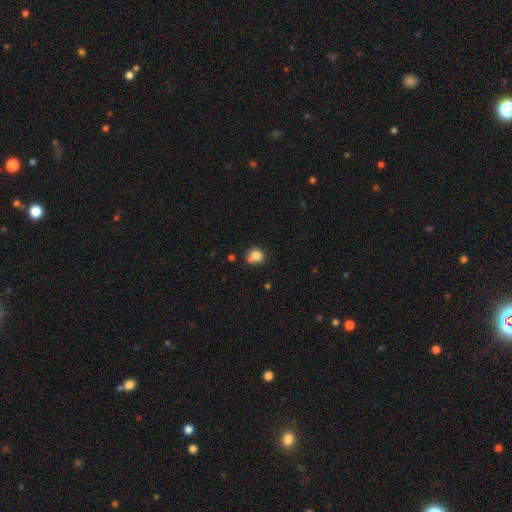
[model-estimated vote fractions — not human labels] A smooth galaxy with no disk features (83%) that is round (85%). Merging: none (61%).